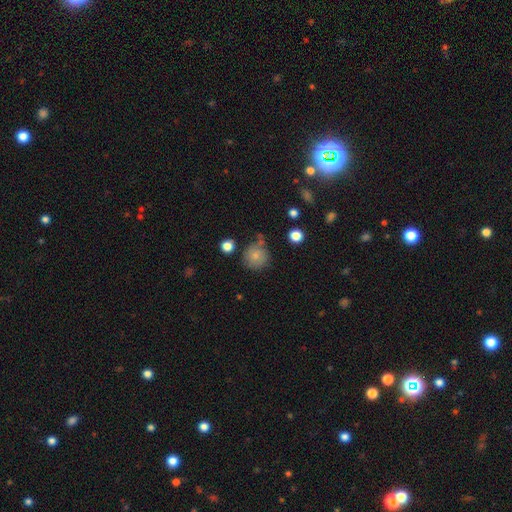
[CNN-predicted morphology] type=smooth (79%); roundness=round (90%); merging=none (67%).